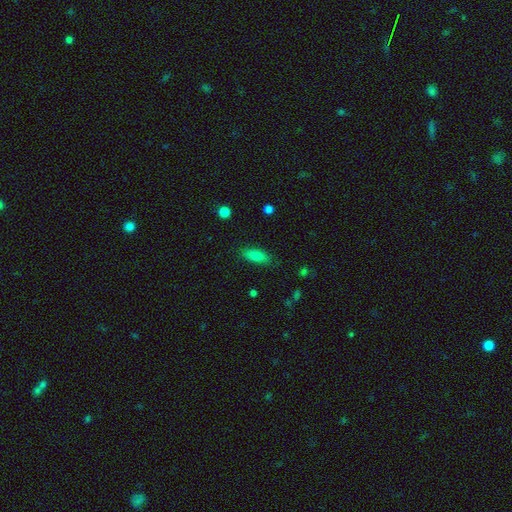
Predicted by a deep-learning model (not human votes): Smooth or featured?
  - smooth: 81% *
  - featured or disk: 11%
  - star or artifact: 8%
How rounded?
  - in between: 75% *
  - cigar-shaped: 22%
  - round: 3%
Merging?
  - none: 85% *
  - minor disturbance: 11%
  - major disturbance: 3%
  - merger: 1%